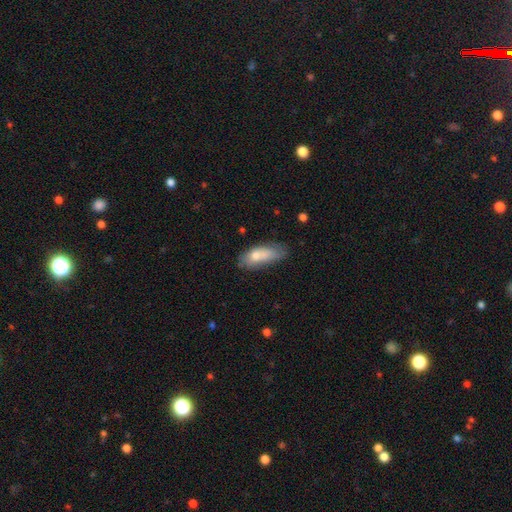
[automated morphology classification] Smooth or featured: smooth — 70% (featured or disk — 23%)
How rounded: in between — 71% (cigar-shaped — 26%)
Merging: none — 45% (minor disturbance — 33%)